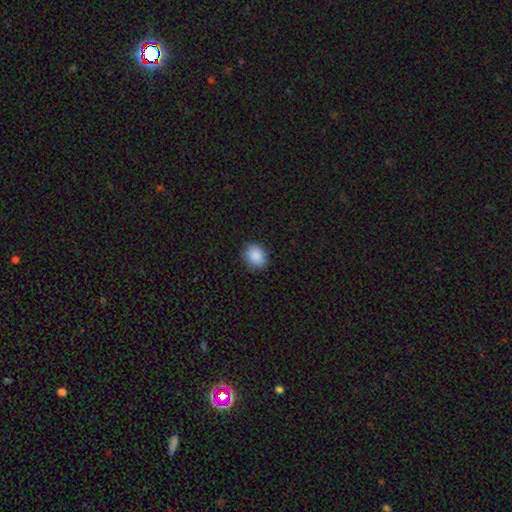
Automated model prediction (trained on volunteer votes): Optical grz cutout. It shows a smooth galaxy with no disk features (88%) that is in between round and cigar-shaped (50%). Merging: none (86%).